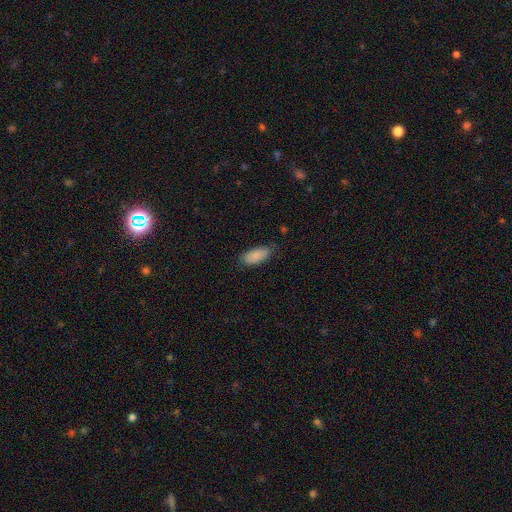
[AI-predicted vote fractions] A smooth galaxy with no disk features (88%) that is in between round and cigar-shaped (88%). Merging: none (78%).